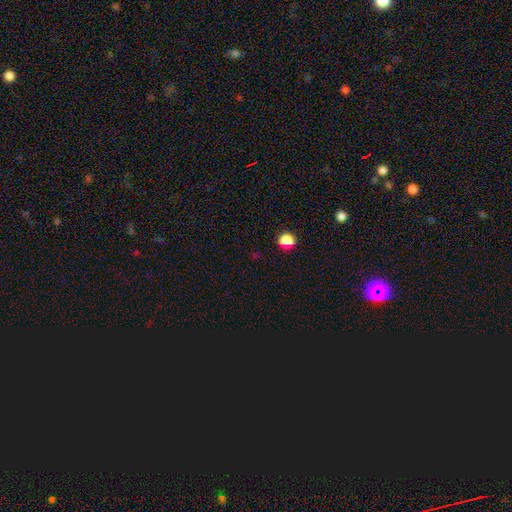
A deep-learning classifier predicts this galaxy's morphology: Smooth or featured?
  - star or artifact: 50% *
  - smooth: 45%
  - featured or disk: 5%